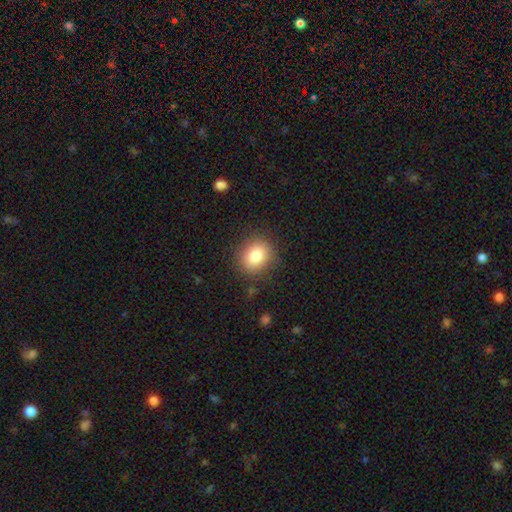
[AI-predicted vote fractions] This is clearly a smooth galaxy (84%). How rounded: likely round (61%). Merging: clearly none (84%).